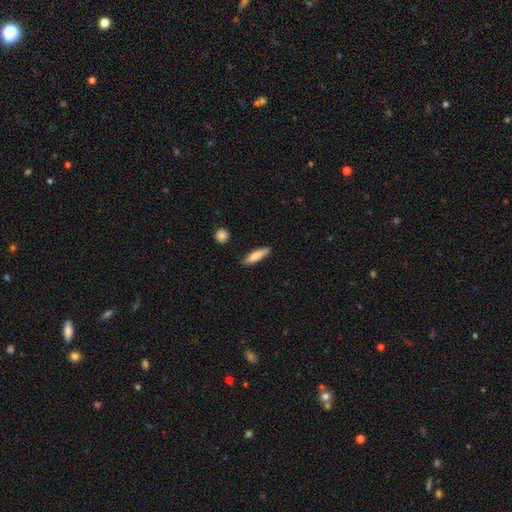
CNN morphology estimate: The model was most divided on "how rounded": cigar-shaped: 73%, in between: 26%, round: 2%. More confident: merging — none (84%); smooth or featured — smooth (80%).